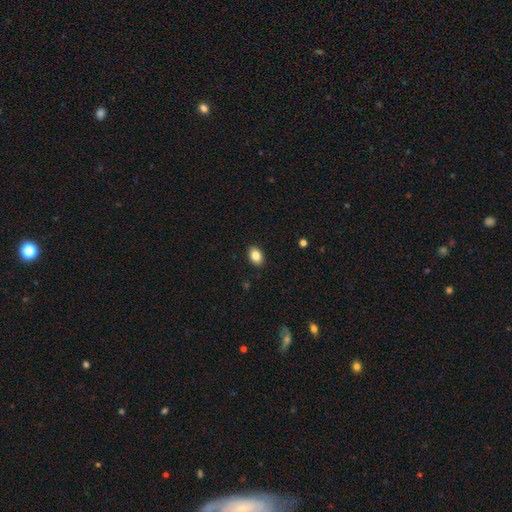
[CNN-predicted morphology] A smooth galaxy with no disk features (85%) that is in between round and cigar-shaped (81%).

Vote fractions:
- Smooth or featured? smooth: 85% / star or artifact: 8% / featured or disk: 7%
- How rounded? in between: 81% / round: 18% / cigar-shaped: 1%
- Merging? none: 90% / minor disturbance: 7% / major disturbance: 2% / merger: 1%